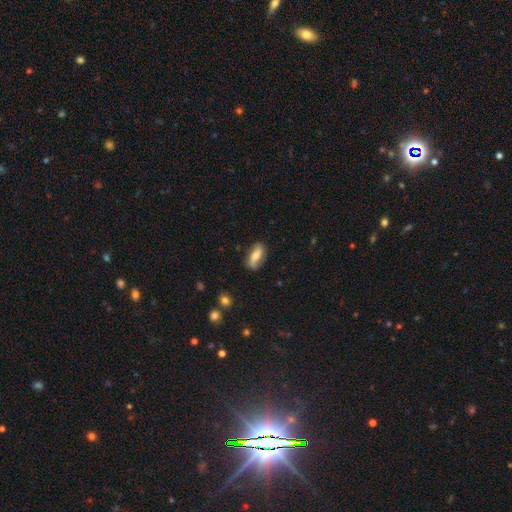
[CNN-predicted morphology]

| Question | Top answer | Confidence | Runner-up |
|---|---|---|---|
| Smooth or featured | smooth | 53% | featured or disk (40%) |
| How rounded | in between | 77% | cigar-shaped (18%) |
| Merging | none | 80% | minor disturbance (15%) |